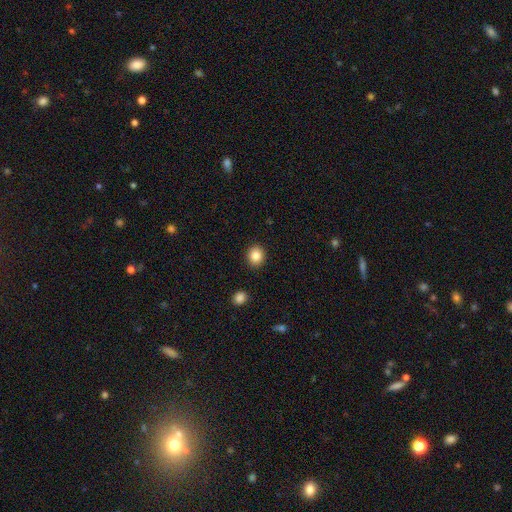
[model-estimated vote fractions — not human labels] Smooth or featured?
  - smooth: 85% *
  - star or artifact: 10%
  - featured or disk: 5%
How rounded?
  - round: 76% *
  - in between: 23%
  - cigar-shaped: 1%
Merging?
  - none: 91% *
  - minor disturbance: 6%
  - major disturbance: 2%
  - merger: 2%